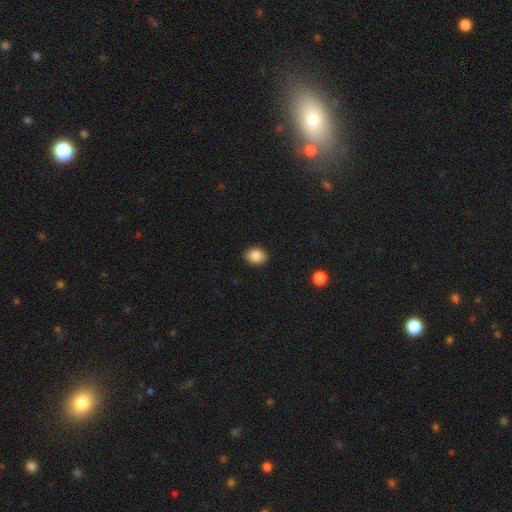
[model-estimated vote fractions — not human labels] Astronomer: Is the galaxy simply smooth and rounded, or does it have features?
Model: smooth — 88%.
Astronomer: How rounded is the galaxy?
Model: in between — 61% (runner-up: round, 38%).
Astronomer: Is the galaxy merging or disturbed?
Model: none — 88%.